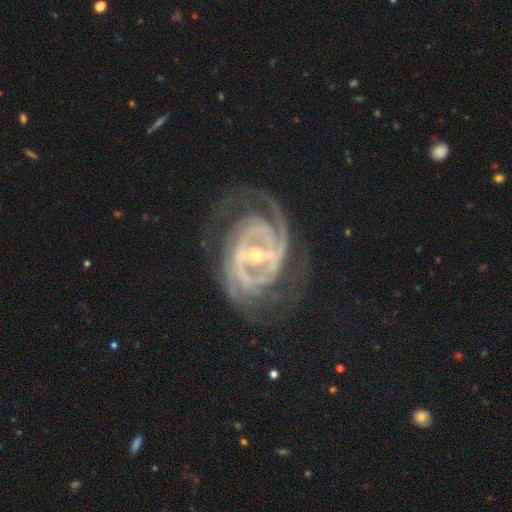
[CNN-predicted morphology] Smooth or featured? featured or disk (92%)
Edge-on disk? no (96%)
Bar? strong (59%)
Spiral arms? yes (97%)
Spiral winding? tight (56%)
Spiral arm count? 2 (46%)
Bulge size? small (70%)
Merging? none (66%)